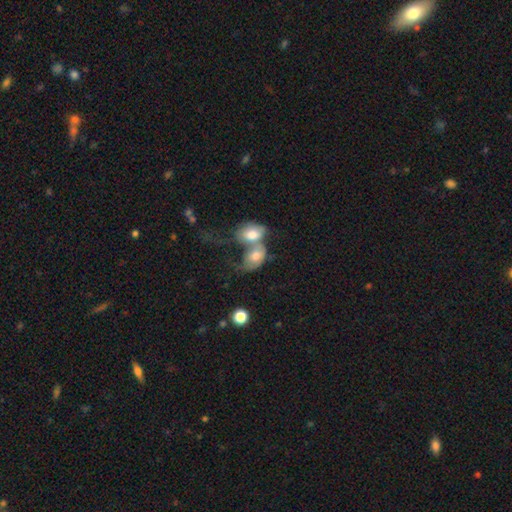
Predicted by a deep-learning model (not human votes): A smooth galaxy with no disk features (61%) that is in between round and cigar-shaped (79%). Merging: merger (77%).